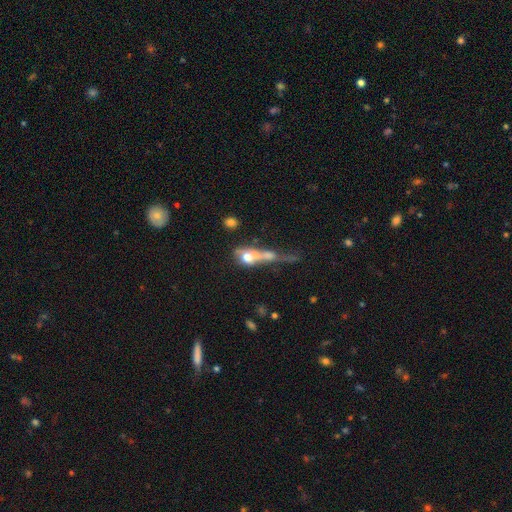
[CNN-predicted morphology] Smooth or featured: smooth — 46% (featured or disk — 39%)
Merging: merger — 47% (major disturbance — 24%)